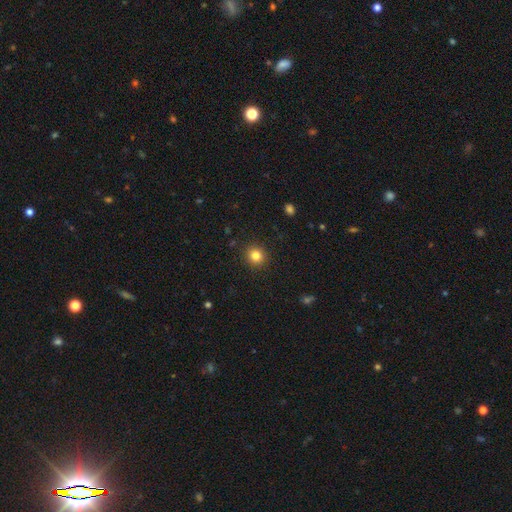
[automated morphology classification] Smooth or featured?
  - smooth: 82% *
  - star or artifact: 12%
  - featured or disk: 6%
How rounded?
  - round: 90% *
  - in between: 9%
  - cigar-shaped: 1%
Merging?
  - none: 92% *
  - minor disturbance: 5%
  - major disturbance: 2%
  - merger: 1%